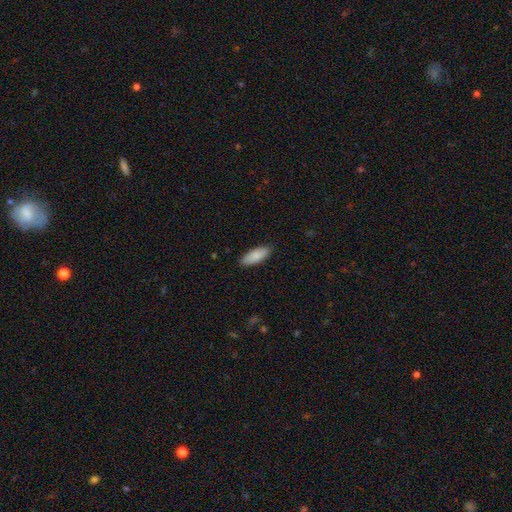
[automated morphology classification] smooth 86%, featured or disk 8%, star or artifact 6%. Down the decision tree: how rounded — in between (79%); merging — none (88%).